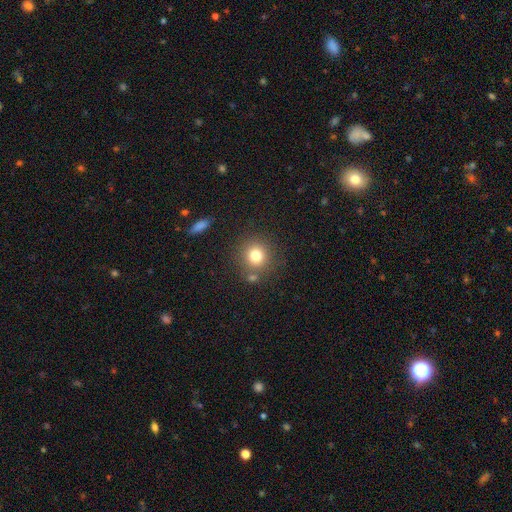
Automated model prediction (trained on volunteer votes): This is likely a smooth galaxy (79%). How rounded: clearly round (90%). Merging: likely none (77%).